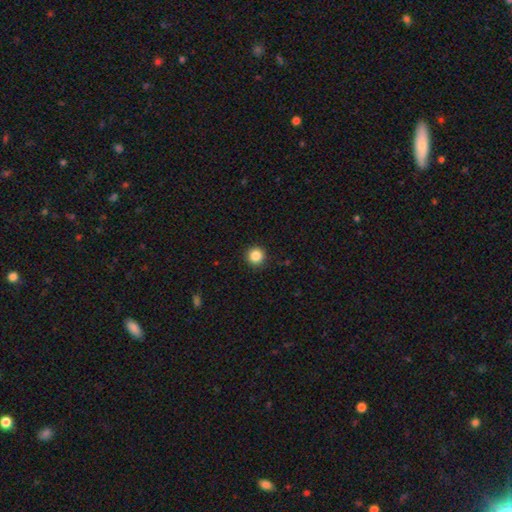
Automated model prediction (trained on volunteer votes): A smooth galaxy with no disk features (86%) that is round (95%).

Vote fractions:
- Smooth or featured? smooth: 86% / star or artifact: 10% / featured or disk: 4%
- How rounded? round: 95% / in between: 4% / cigar-shaped: 1%
- Merging? none: 92% / minor disturbance: 5% / major disturbance: 2% / merger: 1%